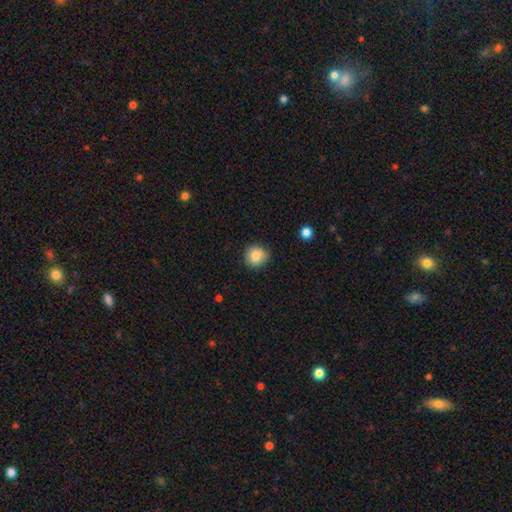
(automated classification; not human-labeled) Q: Smooth or featured?
A: smooth (83%); runner-up: star or artifact (9%)
Q: How rounded?
A: round (89%); runner-up: in between (10%)
Q: Merging?
A: none (85%); runner-up: minor disturbance (11%)